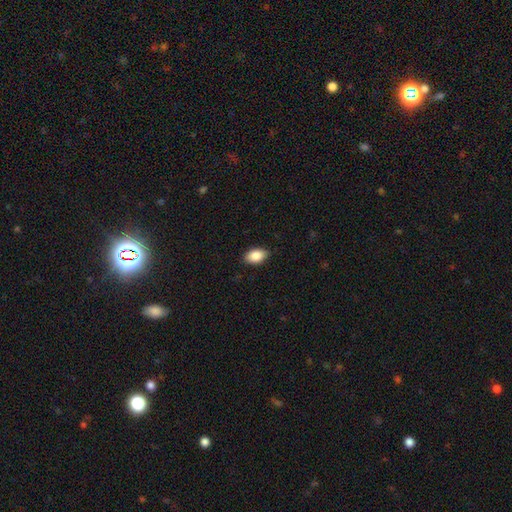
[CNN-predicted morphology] smooth 87%, star or artifact 7%, featured or disk 5%. Down the decision tree: how rounded — in between (90%); merging — none (85%).